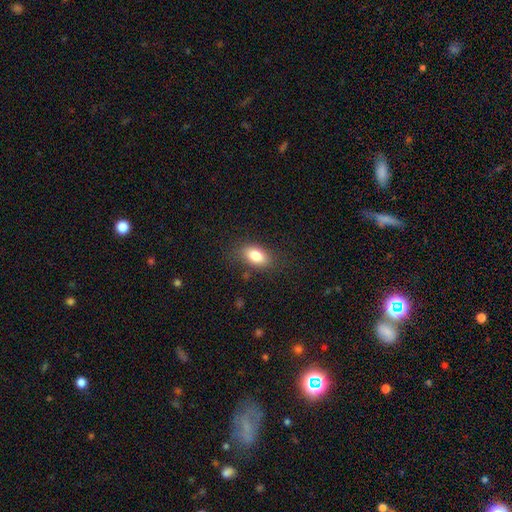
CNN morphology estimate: Q: Smooth or featured?
A: smooth (82%); runner-up: featured or disk (10%)
Q: How rounded?
A: in between (89%); runner-up: round (8%)
Q: Merging?
A: none (81%); runner-up: minor disturbance (13%)